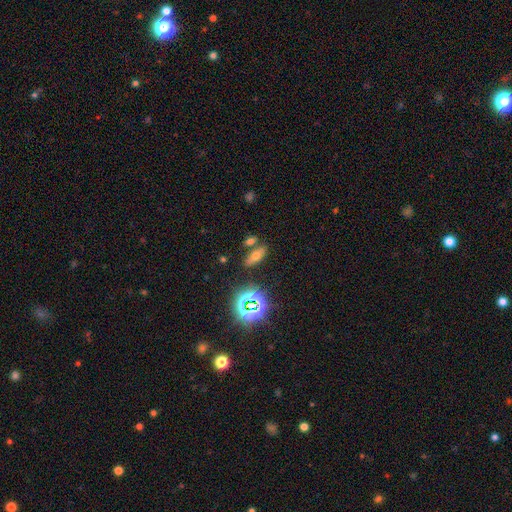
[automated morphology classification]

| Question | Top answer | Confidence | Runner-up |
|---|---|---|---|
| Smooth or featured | smooth | 53% | star or artifact (27%) |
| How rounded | in between | 63% | cigar-shaped (28%) |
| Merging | none | 73% | merger (13%) |